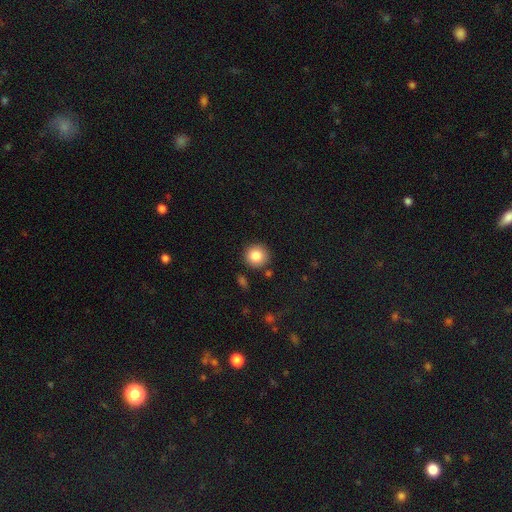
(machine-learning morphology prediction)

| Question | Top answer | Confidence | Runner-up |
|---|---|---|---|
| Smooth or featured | smooth | 83% | star or artifact (9%) |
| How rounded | round | 94% | in between (6%) |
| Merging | none | 88% | minor disturbance (7%) |